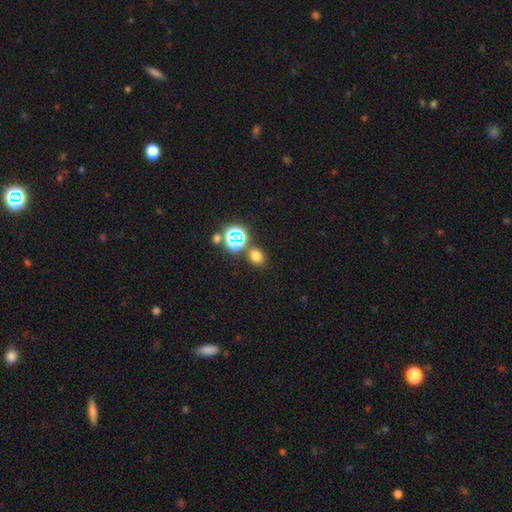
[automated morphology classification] Overall: smooth (69%). How rounded: round (61%; in between 38%). Merging: none (77%).